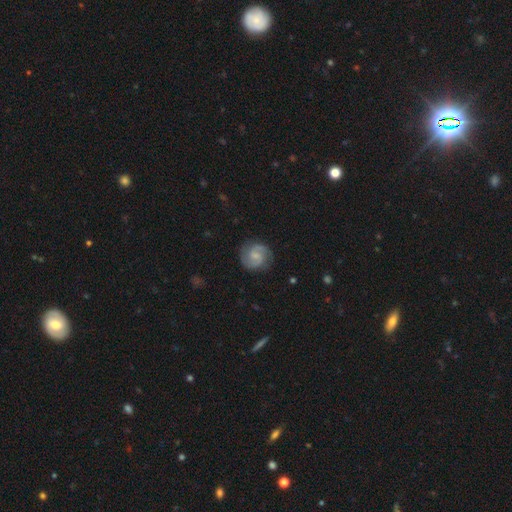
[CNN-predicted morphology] Smooth or featured: featured or disk — 77% (smooth — 18%)
Edge-on disk: no — 98% (yes — 2%)
Bar: weak — 53% (no — 37%)
Spiral arms: yes — 96% (no — 4%)
Spiral winding: medium — 52% (tight — 33%)
Spiral arm count: 2 — 91% (can't tell — 4%)
Bulge size: small — 49% (none — 24%)
Merging: none — 83% (minor disturbance — 12%)